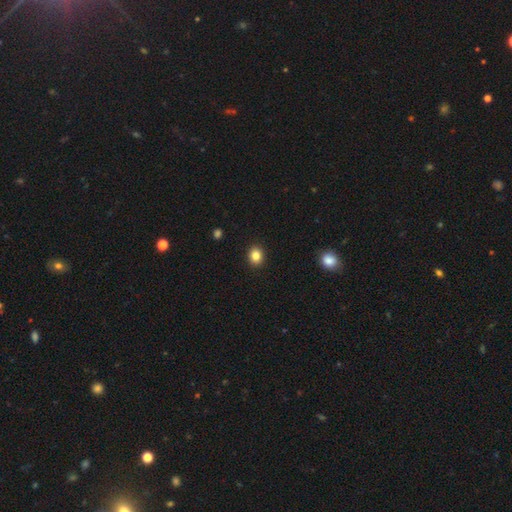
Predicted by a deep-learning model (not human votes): Overall: smooth (84%). How rounded: round (66%; in between 33%). Merging: none (92%).